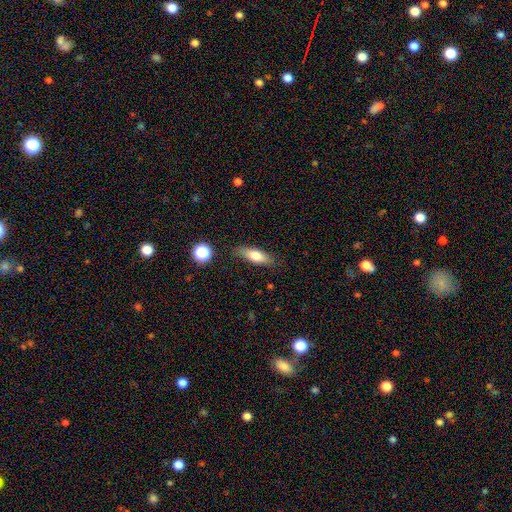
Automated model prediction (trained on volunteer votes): This appears to be a smooth galaxy with no disk features (70%) that is in between round and cigar-shaped (55%). Merging: none (82%).